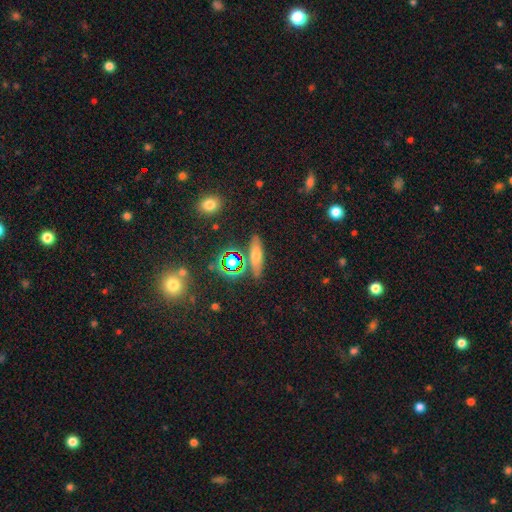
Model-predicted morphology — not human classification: Smooth or featured: smooth — 56% (featured or disk — 23%)
How rounded: cigar-shaped — 55% (in between — 37%)
Merging: none — 82% (minor disturbance — 11%)